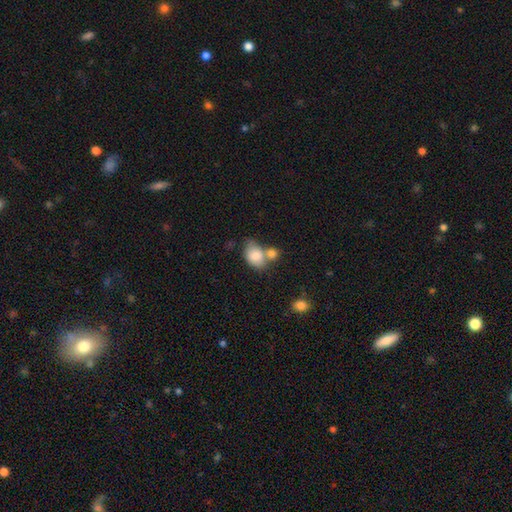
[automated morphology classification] Smooth or featured?
  - smooth: 80% *
  - featured or disk: 12%
  - star or artifact: 8%
How rounded?
  - in between: 72% *
  - round: 27%
  - cigar-shaped: 1%
Merging?
  - merger: 46% *
  - none: 33%
  - minor disturbance: 15%
  - major disturbance: 6%